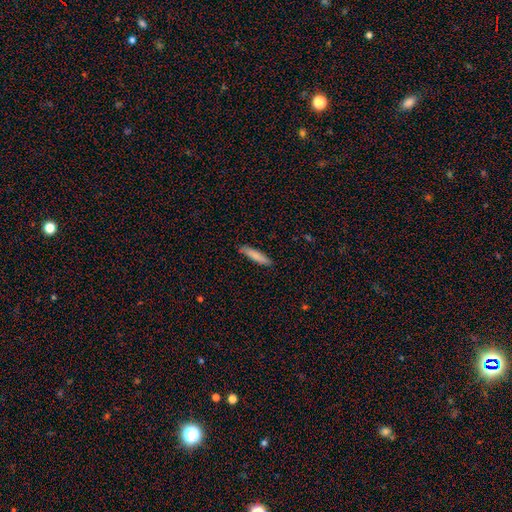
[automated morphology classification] This is clearly a smooth galaxy (84%). How rounded: clearly cigar-shaped (85%). Merging: clearly none (87%).